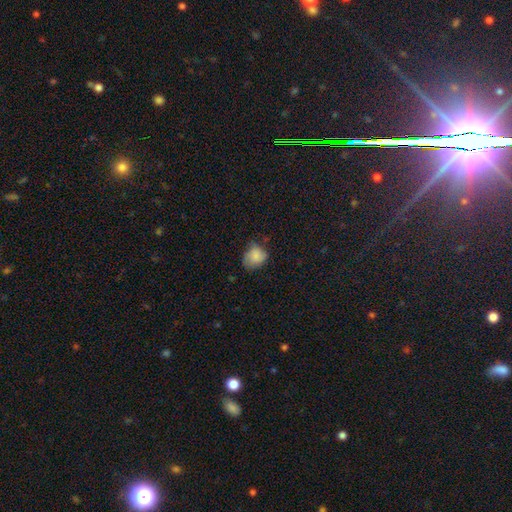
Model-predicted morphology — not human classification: smooth_or_featured: smooth (p=0.78) [alt: featured or disk p=0.14]
how_rounded: round (p=0.56) [alt: in between p=0.43]
merging: none (p=0.53) [alt: minor disturbance p=0.35]